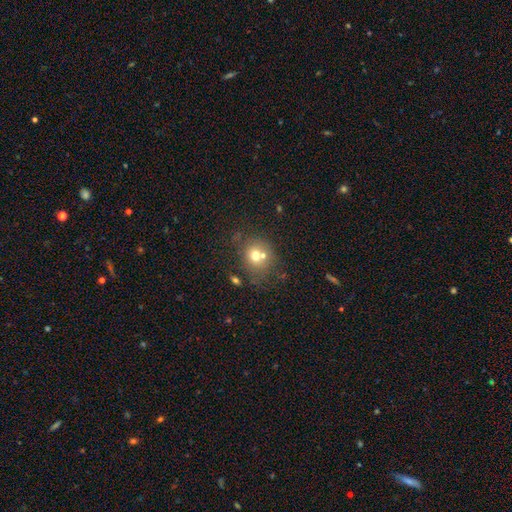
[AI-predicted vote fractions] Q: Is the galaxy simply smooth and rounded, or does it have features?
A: smooth — 67%.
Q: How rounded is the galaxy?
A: round — 75%.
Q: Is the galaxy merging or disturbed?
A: none — 52%.